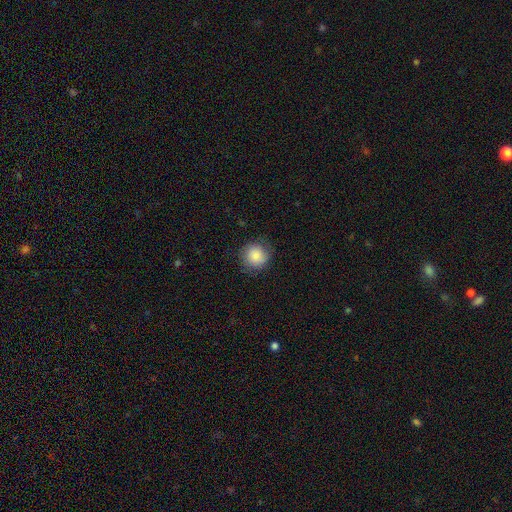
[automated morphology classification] smooth_or_featured: smooth (p=0.83) [alt: featured or disk p=0.09]
how_rounded: round (p=0.91) [alt: in between p=0.08]
merging: none (p=0.80) [alt: minor disturbance p=0.14]